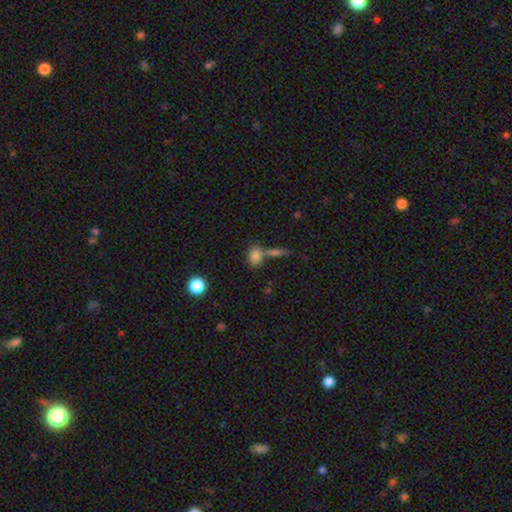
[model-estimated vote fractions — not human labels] Overall: smooth (82%). How rounded: in between (70%). Merging: none (50%; merger 35%).